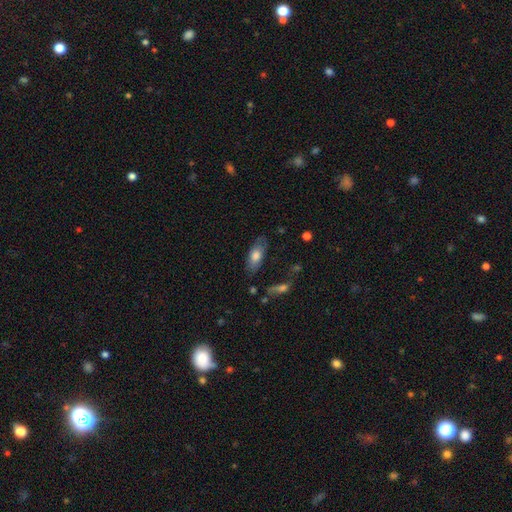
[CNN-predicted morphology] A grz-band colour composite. It shows a smooth galaxy with no disk features (73%) that is in between round and cigar-shaped (82%). Merging: none (74%).